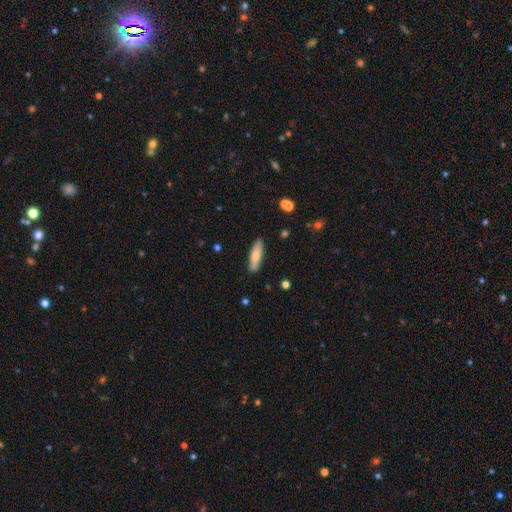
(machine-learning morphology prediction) This is likely a smooth galaxy (73%). How rounded: likely cigar-shaped (62%). Merging: clearly none (87%).